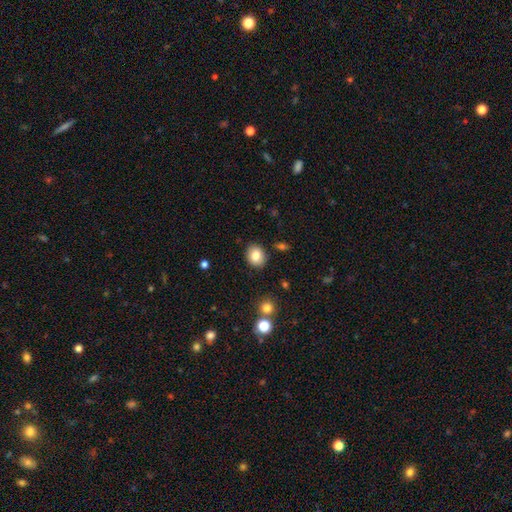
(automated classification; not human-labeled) Overall: smooth (83%). How rounded: round (53%; in between 46%). Merging: none (87%).